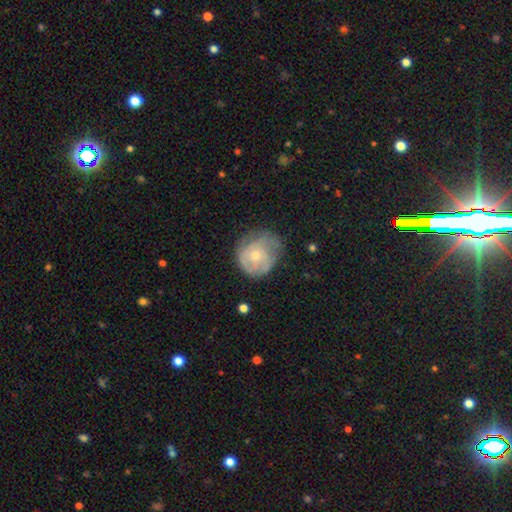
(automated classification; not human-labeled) A featured or disk galaxy (52%) with no bar (82%), spiral arms (65%) and a moderate central bulge (50%).

Vote fractions:
- Smooth or featured? featured or disk: 52% / smooth: 41% / star or artifact: 7%
- Edge-on disk? no: 97% / yes: 3%
- Bar? no: 82% / weak: 16% / strong: 2%
- Spiral arms? yes: 65% / no: 35%
- Bulge size? moderate: 50% / small: 44% / large: 3% / none: 3% / dominant: 1%
- Merging? none: 53% / minor disturbance: 30% / major disturbance: 16% / merger: 2%